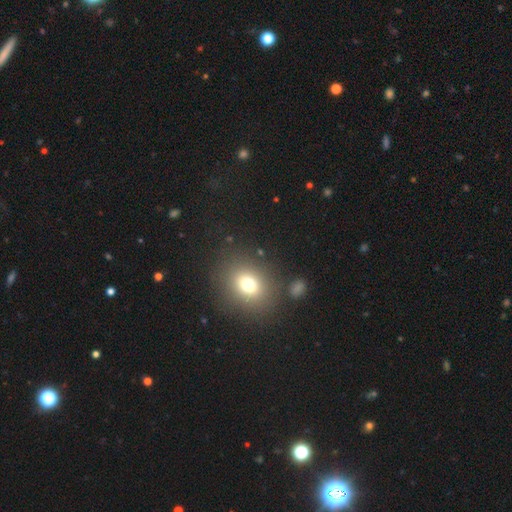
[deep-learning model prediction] Smooth or featured? Predicted: smooth (p=0.64). How rounded? Predicted: round (p=0.66). Merging? Predicted: none (p=0.84).